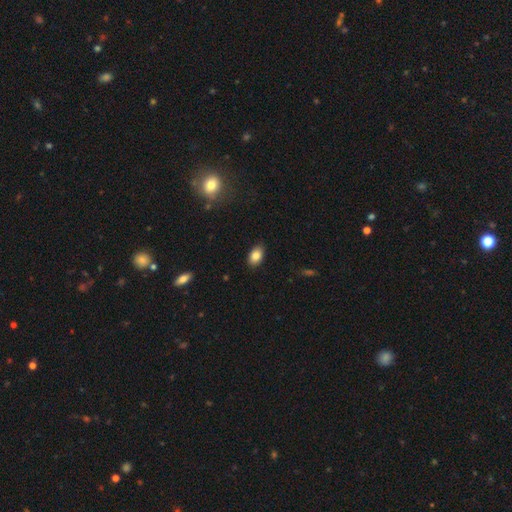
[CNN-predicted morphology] Q: Smooth or featured?
A: smooth (84%); runner-up: star or artifact (8%)
Q: How rounded?
A: in between (88%); runner-up: round (10%)
Q: Merging?
A: none (87%); runner-up: minor disturbance (10%)